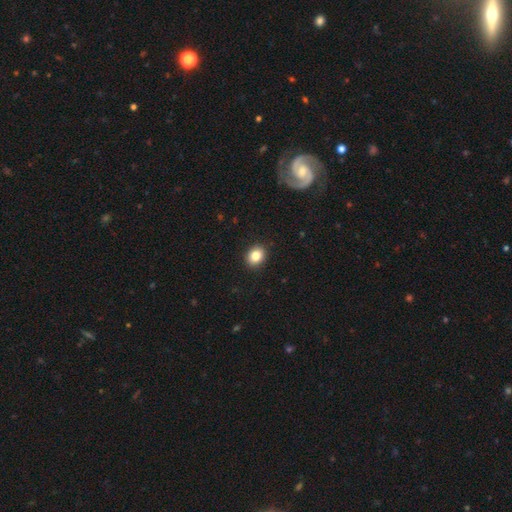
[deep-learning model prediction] Smooth or featured? Predicted: smooth (p=0.84). How rounded? Predicted: round (p=0.53). Merging? Predicted: none (p=0.91).